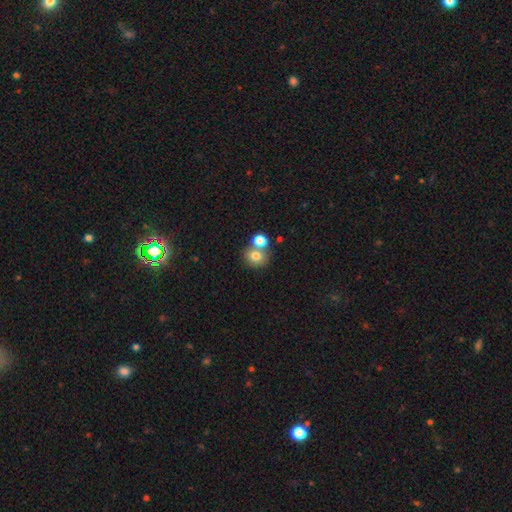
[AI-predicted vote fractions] Q: Smooth or featured?
A: smooth (77%); runner-up: featured or disk (12%)
Q: How rounded?
A: round (75%); runner-up: in between (24%)
Q: Merging?
A: none (46%); runner-up: merger (44%)